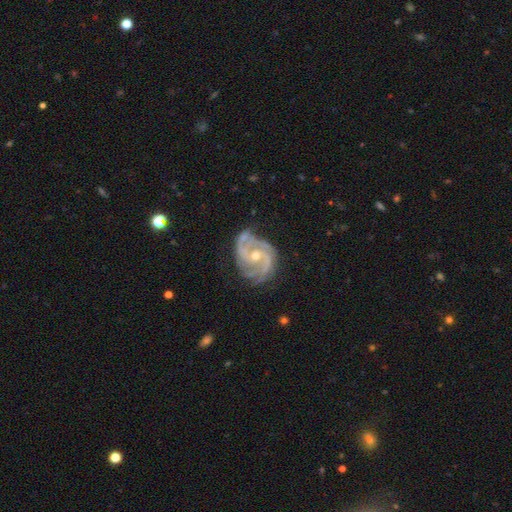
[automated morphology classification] featured or disk 91%, star or artifact 5%, smooth 4%. Down the decision tree: edge-on disk — no (98%); bar — no (52%); spiral arms — yes (98%); spiral arm count — 2 (48%); spiral winding — medium (49%); bulge size — moderate (52%); merging — none (65%).